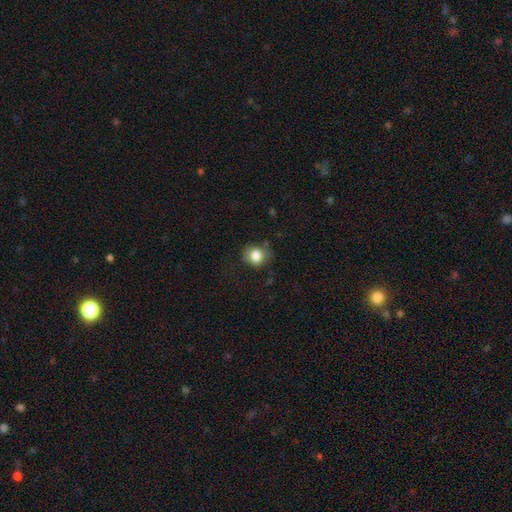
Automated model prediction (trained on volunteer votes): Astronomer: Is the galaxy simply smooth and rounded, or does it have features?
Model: smooth — 83%.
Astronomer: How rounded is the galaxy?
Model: round — 75%.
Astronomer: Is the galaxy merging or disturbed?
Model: none — 69%.